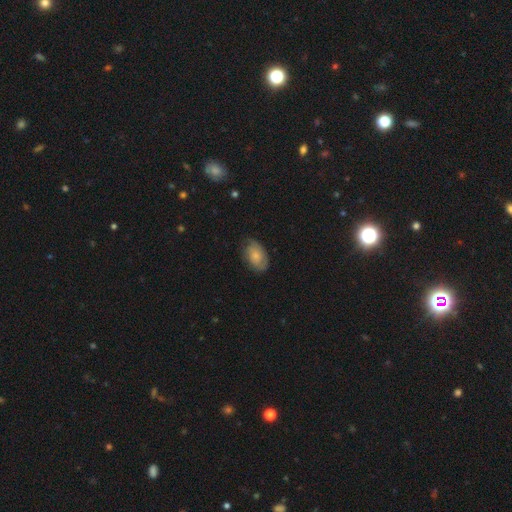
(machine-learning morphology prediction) type=smooth (55%); roundness=in between (89%); merging=none (71%).